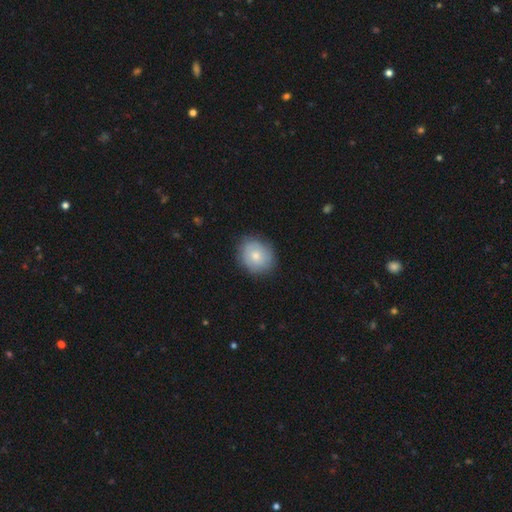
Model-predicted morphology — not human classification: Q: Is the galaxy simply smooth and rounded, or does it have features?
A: smooth — 70%.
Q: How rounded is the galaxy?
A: round — 76%.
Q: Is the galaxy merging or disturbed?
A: none — 82%.